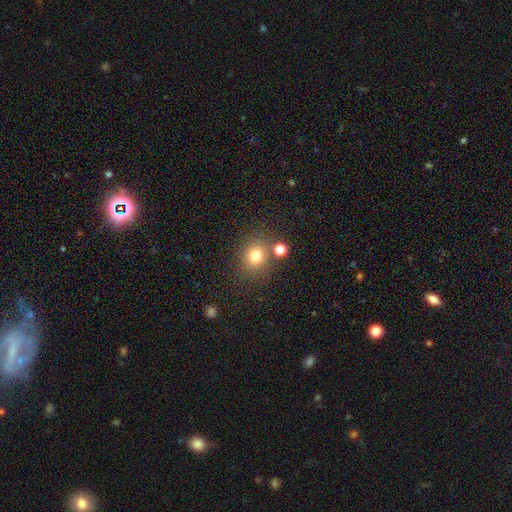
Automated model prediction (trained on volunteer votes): smooth-or-featured: smooth: 77% | star or artifact: 15% | featured or disk: 8%
  how-rounded: round: 78% | in between: 21% | cigar-shaped: 1%
  merging: none: 73% | merger: 12% | minor disturbance: 10% | major disturbance: 4%